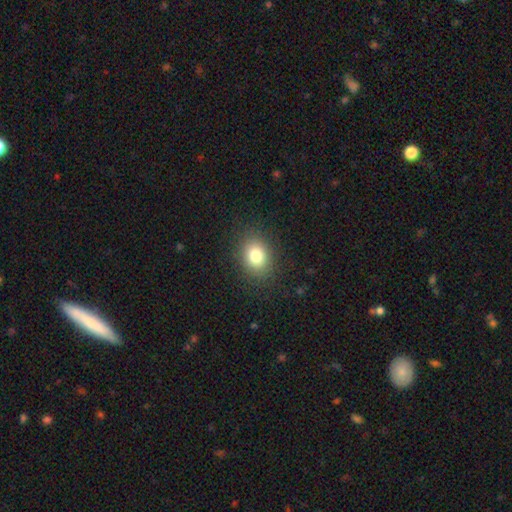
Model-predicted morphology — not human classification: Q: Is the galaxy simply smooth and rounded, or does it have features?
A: smooth — 81%.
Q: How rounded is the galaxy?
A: in between — 51%.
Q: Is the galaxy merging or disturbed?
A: none — 87%.